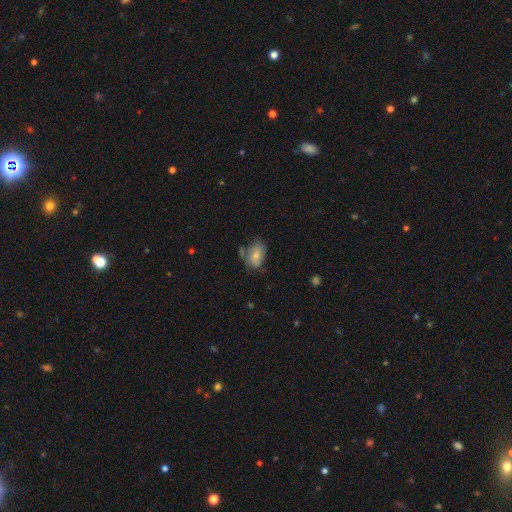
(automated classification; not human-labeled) smooth-or-featured: smooth: 71% | featured or disk: 21% | star or artifact: 8%
  how-rounded: in between: 86% | round: 12% | cigar-shaped: 2%
  merging: none: 48% | minor disturbance: 28% | merger: 14% | major disturbance: 11%